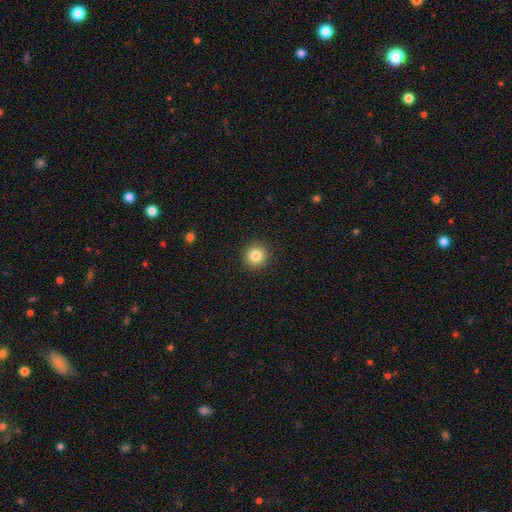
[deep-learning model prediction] smooth 84%, star or artifact 10%, featured or disk 6%. Down the decision tree: how rounded — round (93%); merging — none (92%).